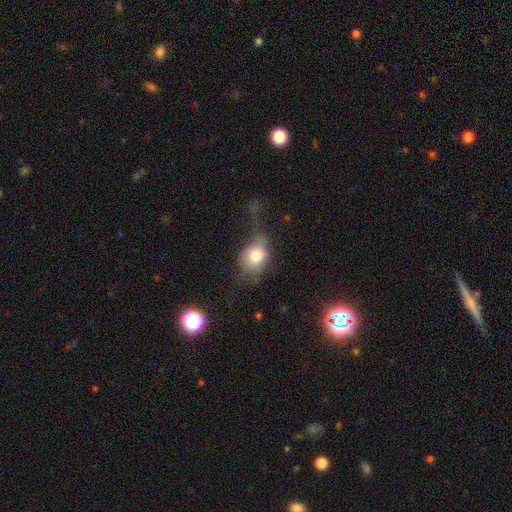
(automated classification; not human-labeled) Overall: smooth (71%). How rounded: in between (52%; round 47%). Merging: major disturbance (42%; none 26%).